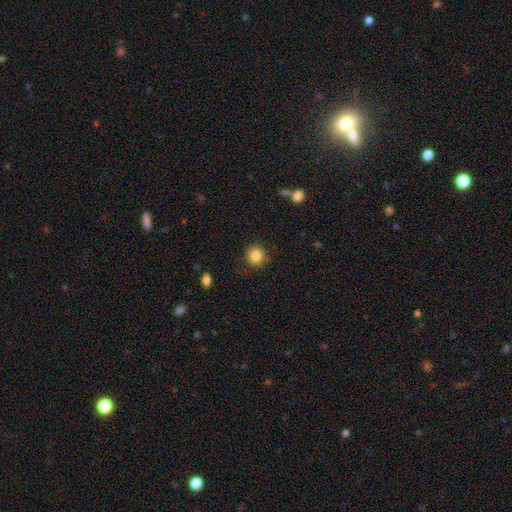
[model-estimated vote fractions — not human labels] Morphology: type=smooth (86%); roundness=round (90%); merging=none (88%).